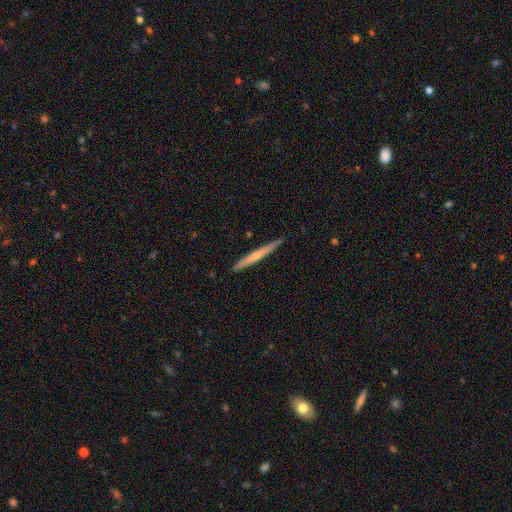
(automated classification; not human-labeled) featured or disk 52%, smooth 42%, star or artifact 6%. Down the decision tree: edge-on disk — yes (96%); edge-on bulge — rounded (55%); merging — none (89%).